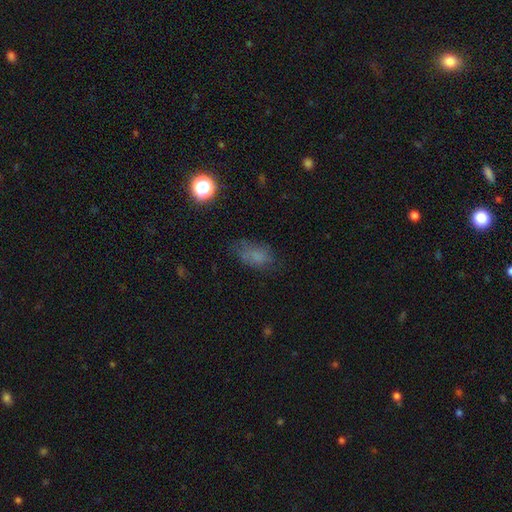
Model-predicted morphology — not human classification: A smooth galaxy with no disk features (65%) that is in between round and cigar-shaped (84%). Merging: none (60%).